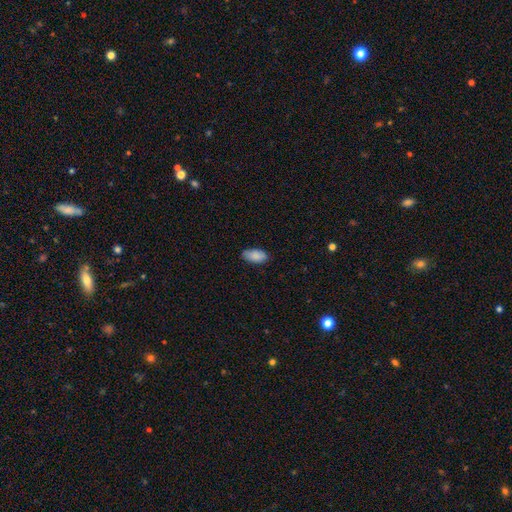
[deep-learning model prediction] smooth-or-featured: smooth: 87% | star or artifact: 6% | featured or disk: 6%
  how-rounded: in between: 93% | cigar-shaped: 4% | round: 3%
  merging: none: 84% | minor disturbance: 13% | major disturbance: 2% | merger: 1%